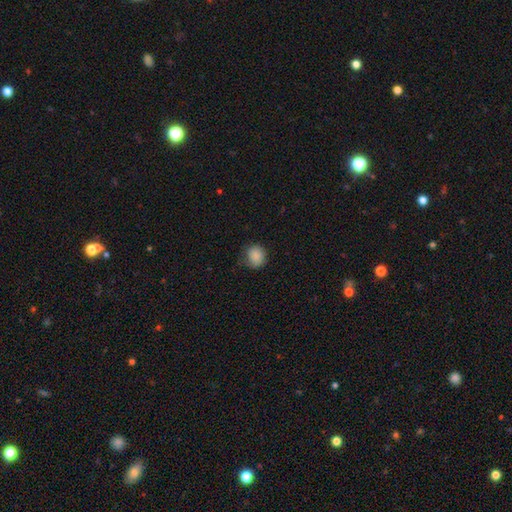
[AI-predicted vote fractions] This is clearly a smooth galaxy (87%). How rounded: clearly round (81%). Merging: likely none (69%).